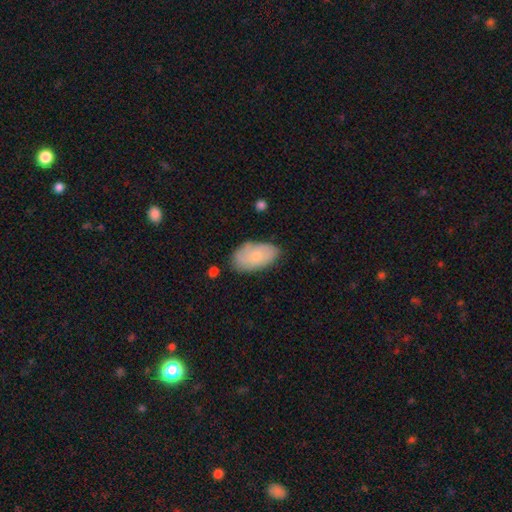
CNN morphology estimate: Smooth or featured: smooth — 68% (featured or disk — 26%)
How rounded: in between — 94% (round — 4%)
Merging: none — 70% (minor disturbance — 23%)